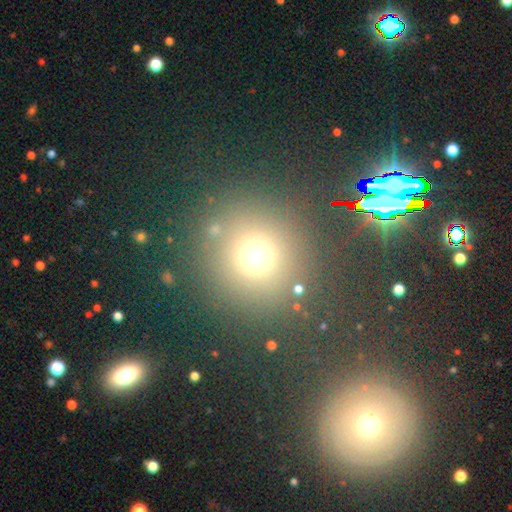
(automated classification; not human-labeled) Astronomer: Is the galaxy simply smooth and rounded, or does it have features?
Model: smooth — 62%.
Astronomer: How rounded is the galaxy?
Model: round — 92%.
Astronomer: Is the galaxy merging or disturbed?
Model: none — 83%.